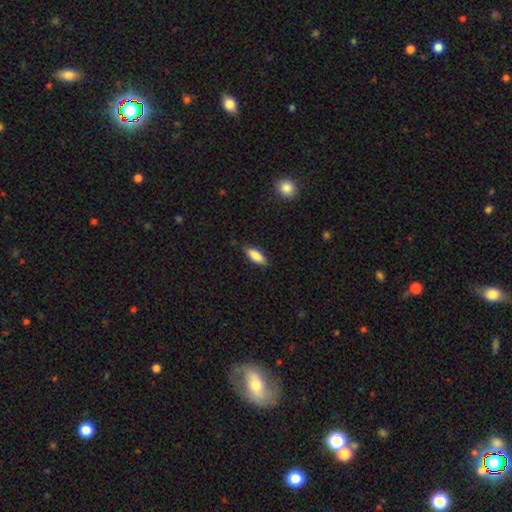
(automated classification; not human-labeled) smooth-or-featured: smooth: 85% | featured or disk: 9% | star or artifact: 6%
  how-rounded: in between: 72% | cigar-shaped: 26% | round: 2%
  merging: none: 83% | minor disturbance: 13% | major disturbance: 2% | merger: 1%